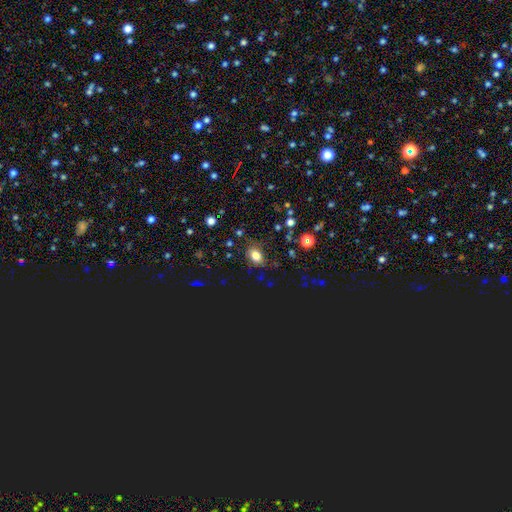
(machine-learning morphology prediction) Smooth or featured? Predicted: smooth (p=0.72). How rounded? Predicted: in between (p=0.72). Merging? Predicted: none (p=0.76).